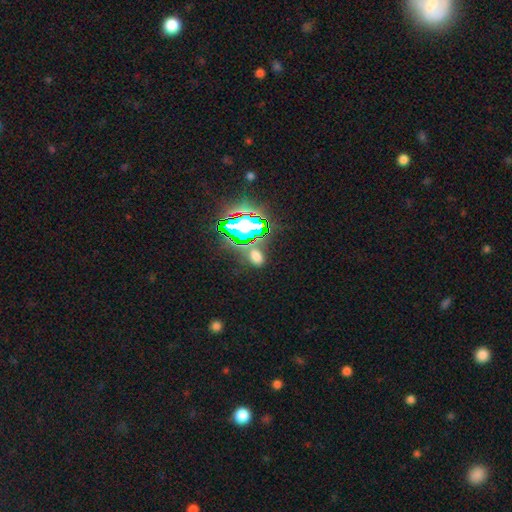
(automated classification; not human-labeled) Smooth or featured? Predicted: smooth (p=0.50). Merging? Predicted: none (p=0.74).